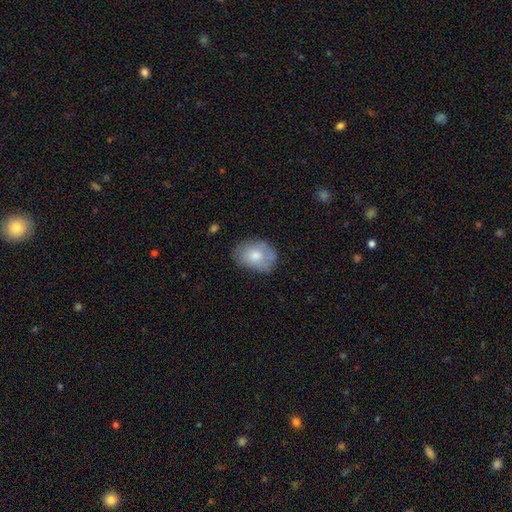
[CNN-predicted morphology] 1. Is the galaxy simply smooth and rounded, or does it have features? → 72% smooth, 21% featured or disk, 7% star or artifact.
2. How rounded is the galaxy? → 71% in between, 28% round, 1% cigar-shaped.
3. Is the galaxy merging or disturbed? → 64% none, 26% minor disturbance, 7% major disturbance, 3% merger.